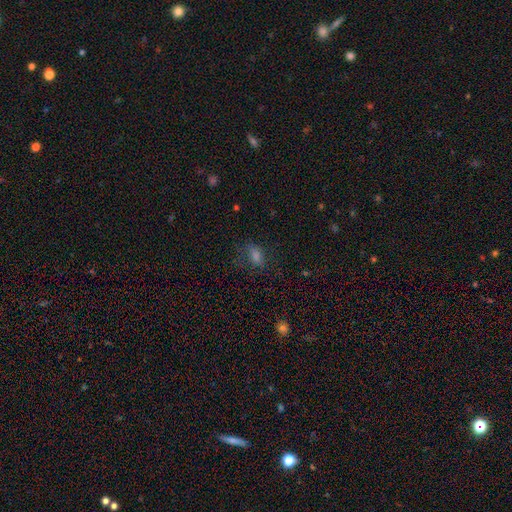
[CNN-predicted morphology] A smooth galaxy with no disk features (61%) that is in between round and cigar-shaped (76%). Merging: none (64%).